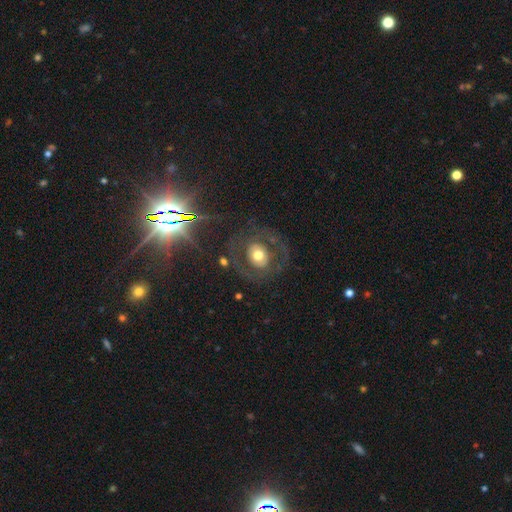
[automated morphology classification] A featured or disk galaxy (49%).

Vote fractions:
- Smooth or featured? featured or disk: 49% / smooth: 39% / star or artifact: 12%
- Merging? none: 71% / major disturbance: 14% / minor disturbance: 12% / merger: 2%